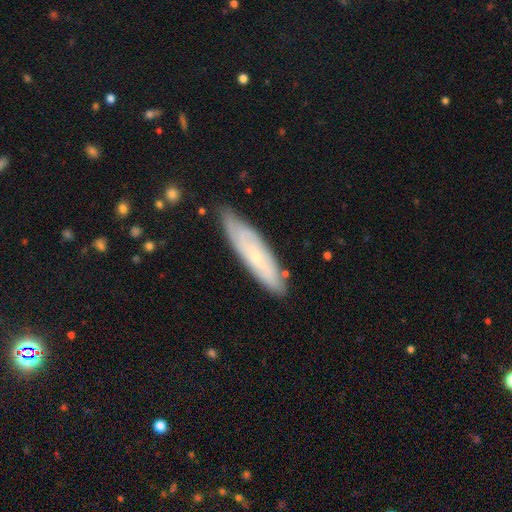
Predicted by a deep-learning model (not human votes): The model was most divided on "smooth or featured": featured or disk: 53%, smooth: 40%, star or artifact: 7%. More confident: merging — none (76%); edge-on disk — no (61%).